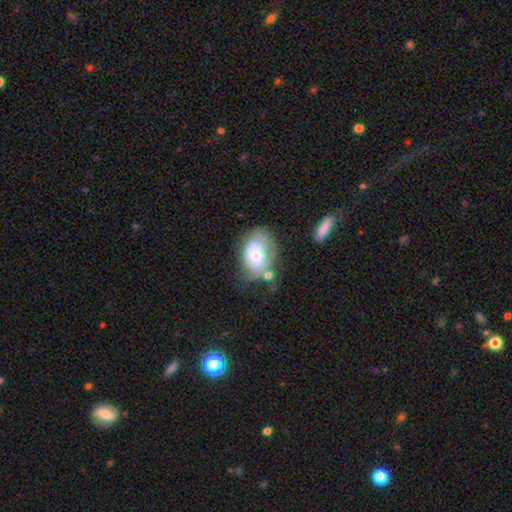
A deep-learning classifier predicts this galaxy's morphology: Smooth or featured? featured or disk (57%)
Edge-on disk? no (96%)
Bar? no (66%)
Spiral arms? yes (73%)
Bulge size? small (46%)
Merging? none (43%)